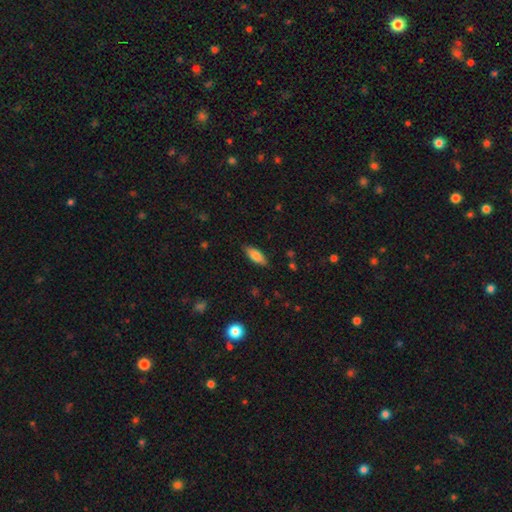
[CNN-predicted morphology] smooth_or_featured: smooth (p=0.76) [alt: featured or disk p=0.17]
how_rounded: in between (p=0.72) [alt: cigar-shaped p=0.26]
merging: none (p=0.85) [alt: minor disturbance p=0.11]